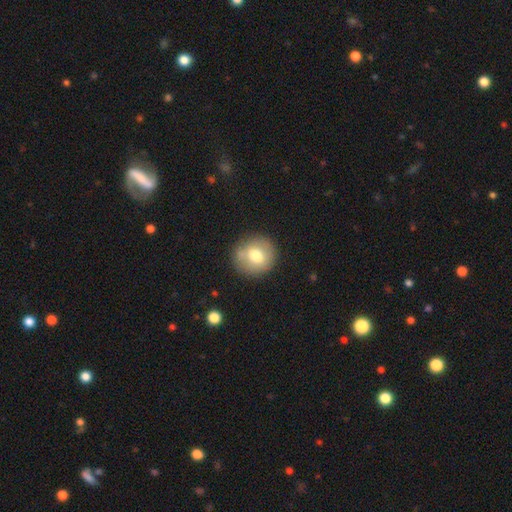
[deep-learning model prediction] This appears to be a smooth galaxy with no disk features (69%) that is round (84%). Merging: none (77%).